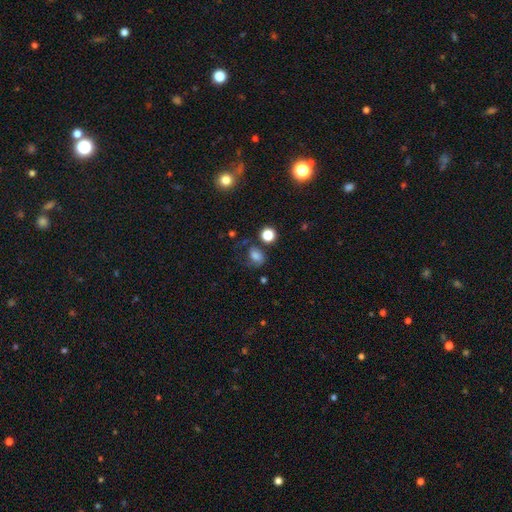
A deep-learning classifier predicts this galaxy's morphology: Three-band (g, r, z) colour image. It shows a smooth galaxy with no disk features (69%) that is in between round and cigar-shaped (58%). Merging: none (46%).